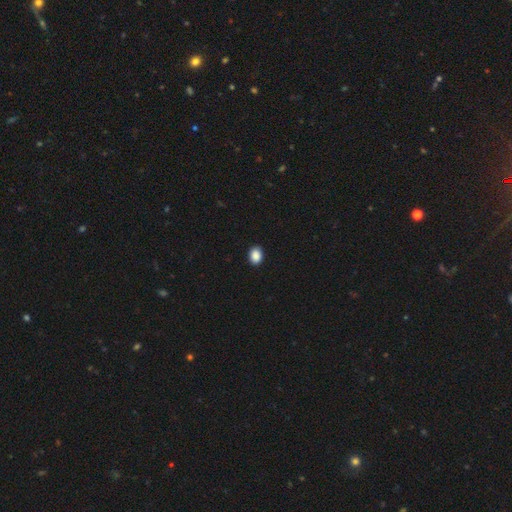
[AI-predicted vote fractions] The model was most divided on "how rounded": in between: 64%, round: 35%, cigar-shaped: 1%. More confident: merging — none (91%); smooth or featured — smooth (89%).